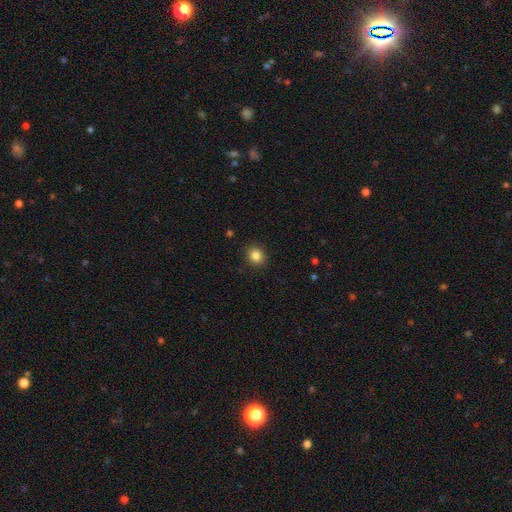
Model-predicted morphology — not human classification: Smooth or featured? smooth (84%)
How rounded? round (76%)
Merging? none (90%)